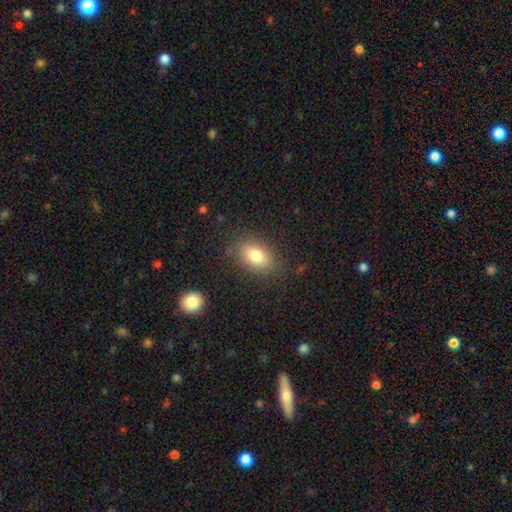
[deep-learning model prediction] smooth-or-featured: smooth: 82% | featured or disk: 10% | star or artifact: 8%
  how-rounded: in between: 87% | round: 11% | cigar-shaped: 2%
  merging: none: 81% | minor disturbance: 13% | major disturbance: 5% | merger: 2%